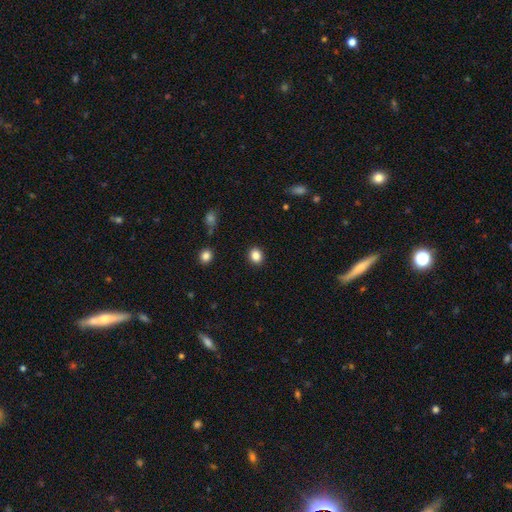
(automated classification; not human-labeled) smooth-or-featured: smooth: 86% | star or artifact: 10% | featured or disk: 4%
  how-rounded: round: 63% | in between: 36% | cigar-shaped: 1%
  merging: none: 90% | minor disturbance: 6% | major disturbance: 2% | merger: 1%